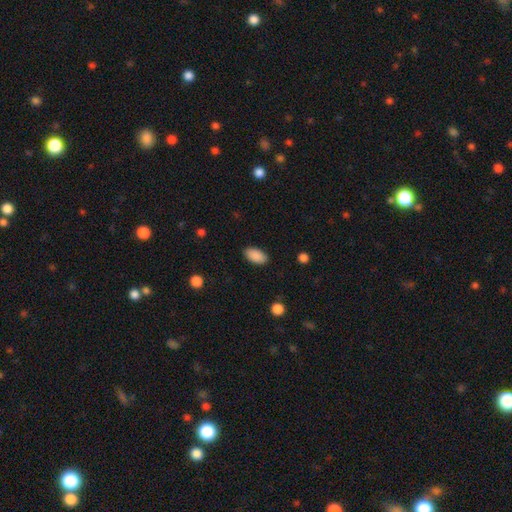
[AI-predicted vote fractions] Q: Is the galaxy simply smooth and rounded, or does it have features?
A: smooth — 90%.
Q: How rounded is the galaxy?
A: in between — 95%.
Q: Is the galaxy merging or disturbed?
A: none — 87%.